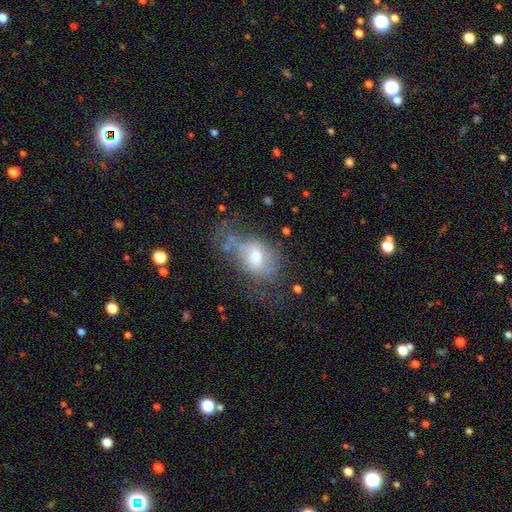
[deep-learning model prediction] smooth-or-featured: smooth: 52% | featured or disk: 37% | star or artifact: 11%
  how-rounded: in between: 70% | round: 28% | cigar-shaped: 2%
  merging: major disturbance: 35% | none: 32% | minor disturbance: 26% | merger: 6%